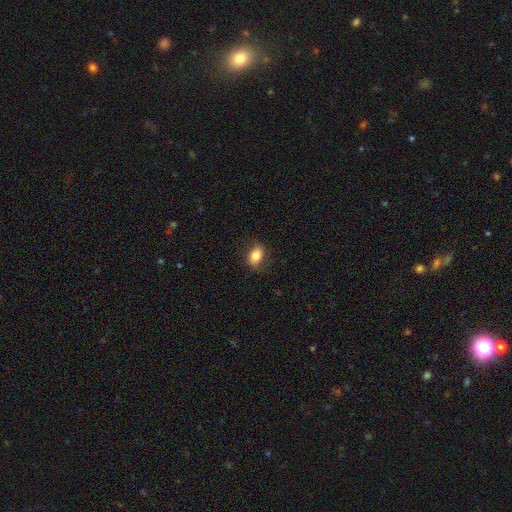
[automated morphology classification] The model was most divided on "merging": none: 80%, minor disturbance: 15%, major disturbance: 4%, merger: 1%. More confident: how rounded — in between (82%); smooth or featured — smooth (81%).